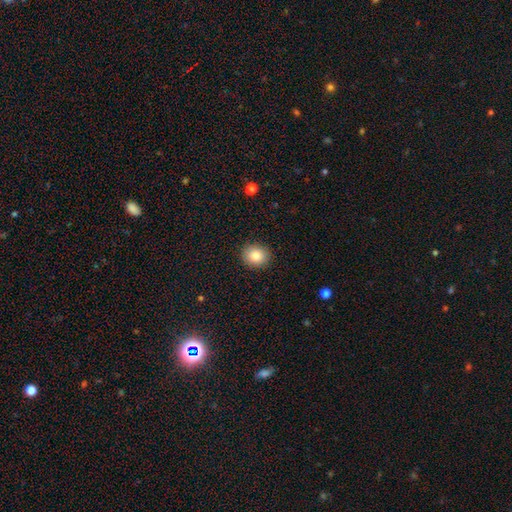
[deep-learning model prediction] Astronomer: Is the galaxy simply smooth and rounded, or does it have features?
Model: smooth — 85%.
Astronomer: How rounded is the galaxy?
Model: round — 71%.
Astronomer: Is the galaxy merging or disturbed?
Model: none — 90%.